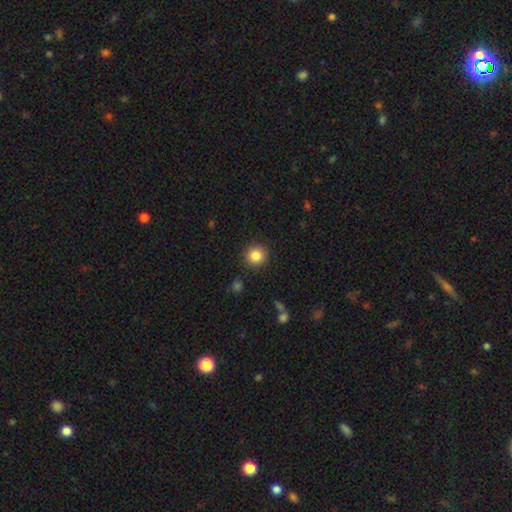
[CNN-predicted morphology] Smooth or featured: smooth — 85% (star or artifact — 10%)
How rounded: round — 93% (in between — 6%)
Merging: none — 91% (minor disturbance — 6%)